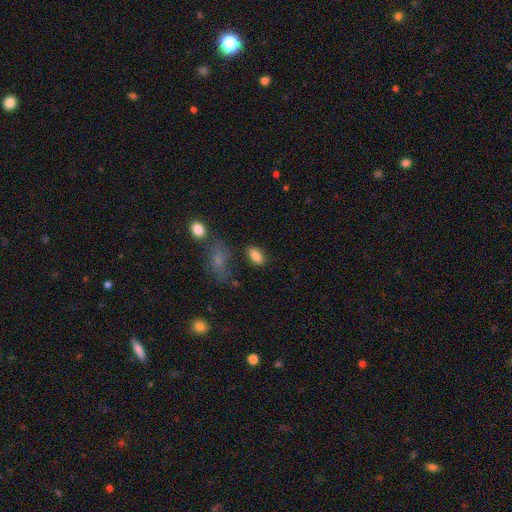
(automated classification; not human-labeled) Smooth or featured? smooth (83%)
How rounded? in between (89%)
Merging? none (78%)